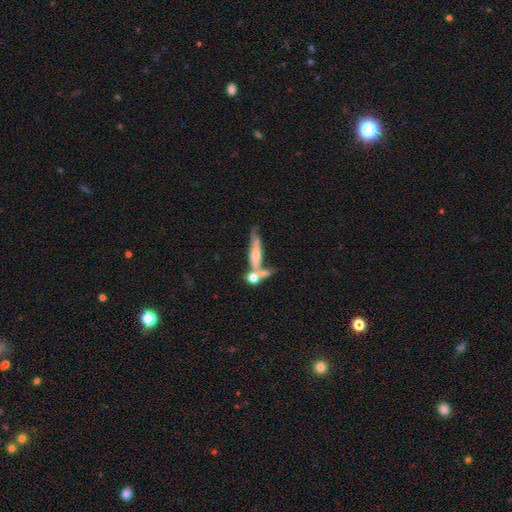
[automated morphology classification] A featured or disk galaxy (55%) viewed edge-on (66%). Merging: none (37%).